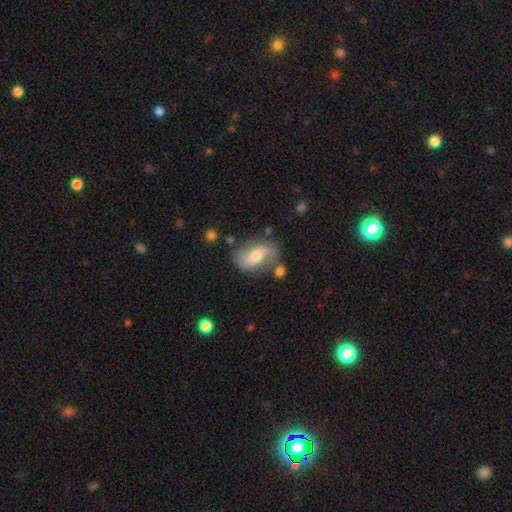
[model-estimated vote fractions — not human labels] featured or disk 67%, smooth 26%, star or artifact 7%. Down the decision tree: edge-on disk — no (95%); bar — weak (43%); spiral arms — yes (89%); spiral arm count — 2 (87%); spiral winding — loose (59%); bulge size — moderate (54%); merging — none (63%).